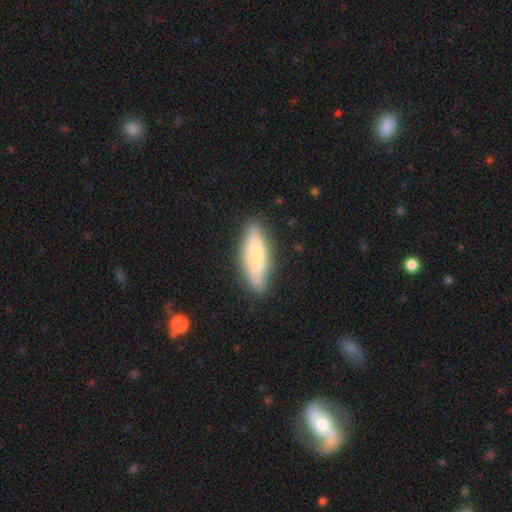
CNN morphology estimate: A smooth galaxy with no disk features (72%) that is cigar-shaped (59%).

Vote fractions:
- Smooth or featured? smooth: 72% / featured or disk: 23% / star or artifact: 6%
- How rounded? cigar-shaped: 59% / in between: 39% / round: 2%
- Merging? none: 81% / minor disturbance: 14% / major disturbance: 3% / merger: 2%